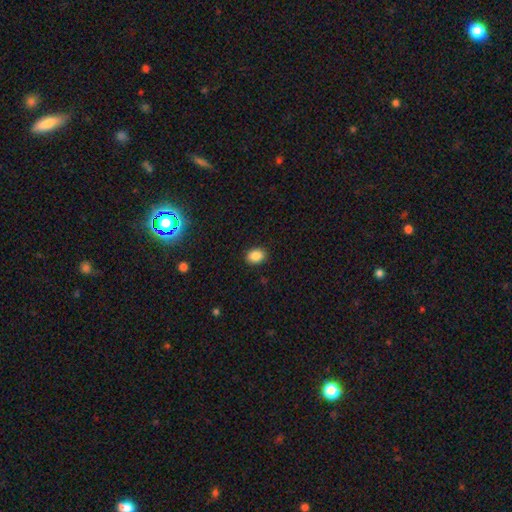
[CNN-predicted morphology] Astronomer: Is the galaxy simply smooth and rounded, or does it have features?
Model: smooth — 86%.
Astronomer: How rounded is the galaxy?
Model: in between — 66%.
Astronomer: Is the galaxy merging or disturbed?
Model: none — 89%.